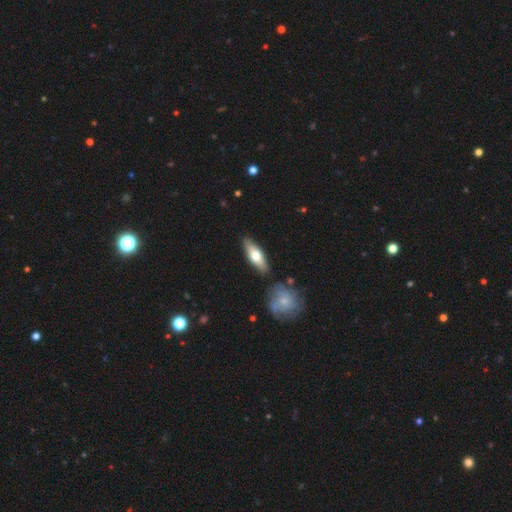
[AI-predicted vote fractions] smooth-or-featured: smooth: 59% | featured or disk: 35% | star or artifact: 6%
  how-rounded: in between: 55% | cigar-shaped: 43% | round: 3%
  merging: none: 83% | minor disturbance: 10% | merger: 4% | major disturbance: 2%